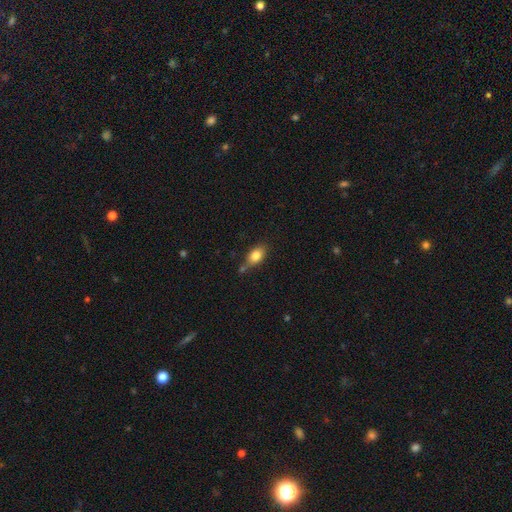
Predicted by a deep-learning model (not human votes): Smooth or featured?
  - smooth: 81% *
  - featured or disk: 11%
  - star or artifact: 8%
How rounded?
  - in between: 85% *
  - round: 11%
  - cigar-shaped: 4%
Merging?
  - none: 58% *
  - minor disturbance: 22%
  - merger: 15%
  - major disturbance: 6%